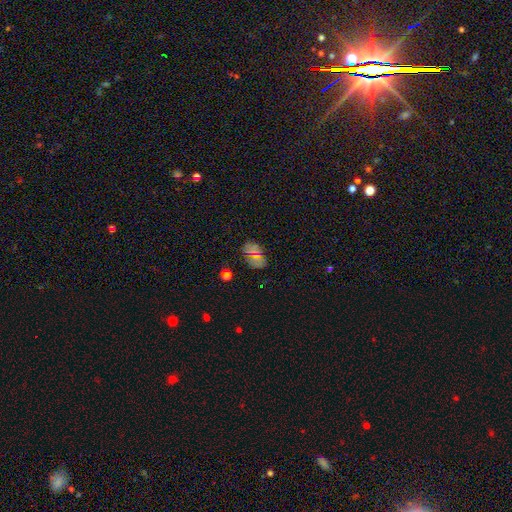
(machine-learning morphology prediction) The model was most divided on "smooth or featured": smooth: 51%, featured or disk: 25%, star or artifact: 24%. More confident: how rounded — in between (83%); merging — none (55%).